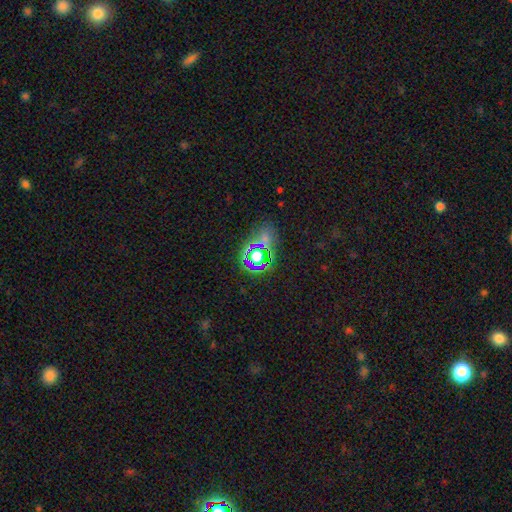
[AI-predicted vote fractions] Q: Smooth or featured?
A: star or artifact (54%); runner-up: smooth (33%)